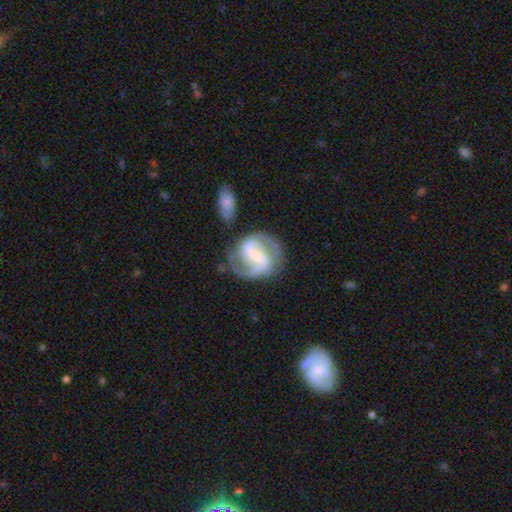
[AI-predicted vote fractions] The model was most divided on "bar": strong: 54%, weak: 35%, no: 11%. More confident: edge-on disk — no (97%); spiral arms — yes (91%); spiral arm count — 2 (84%); smooth or featured — featured or disk (82%); merging — none (68%); bulge size — small (56%); spiral winding — medium (50%).